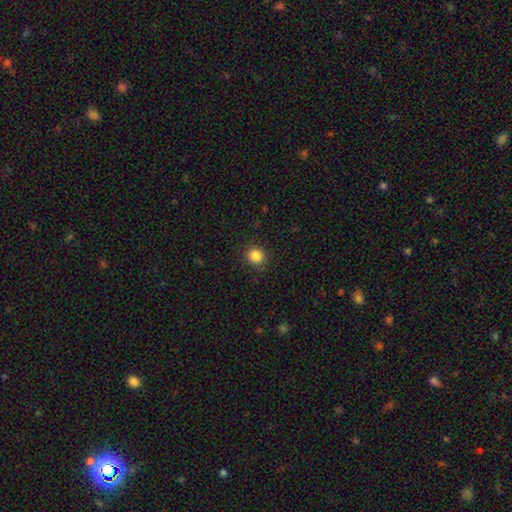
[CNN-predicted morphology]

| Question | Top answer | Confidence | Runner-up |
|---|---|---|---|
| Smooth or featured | smooth | 85% | star or artifact (11%) |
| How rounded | round | 86% | in between (13%) |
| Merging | none | 89% | minor disturbance (7%) |